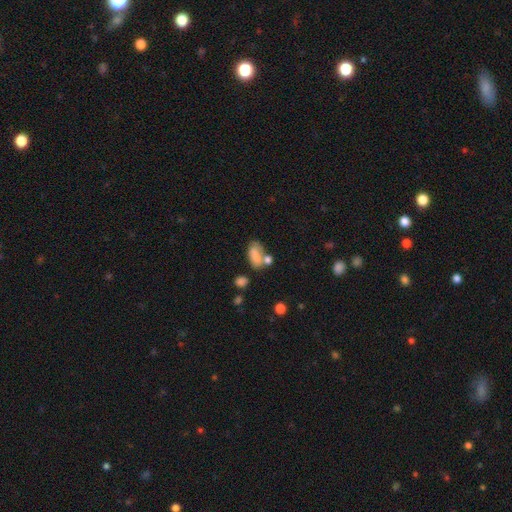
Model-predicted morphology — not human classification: The model was most divided on "merging": none: 41%, merger: 30%, minor disturbance: 19%, major disturbance: 10%. More confident: how rounded — in between (90%); smooth or featured — smooth (80%).